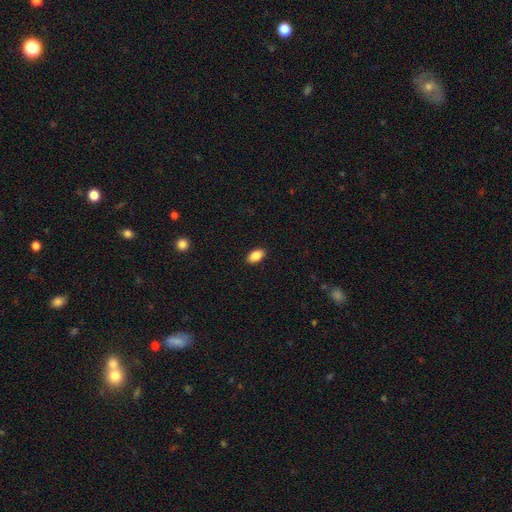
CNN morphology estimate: This appears to be a smooth galaxy with no disk features (88%) that is in between round and cigar-shaped (92%). Merging: none (90%).